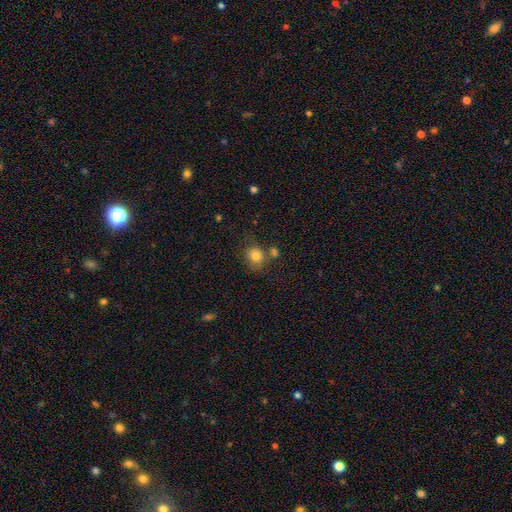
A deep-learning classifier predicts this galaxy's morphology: Overall: smooth (82%). How rounded: round (68%; in between 31%). Merging: none (62%).